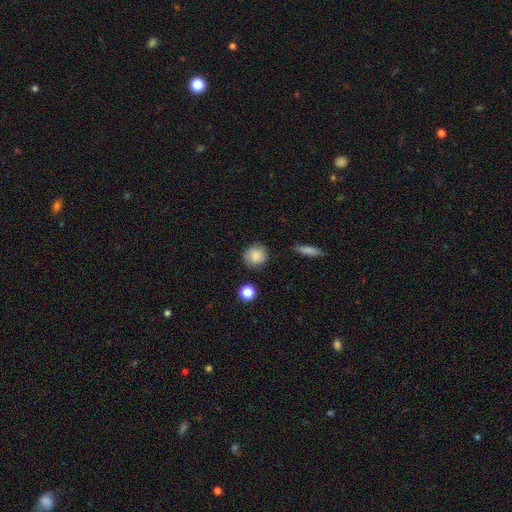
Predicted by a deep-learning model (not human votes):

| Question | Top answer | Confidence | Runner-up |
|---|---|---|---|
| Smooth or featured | smooth | 86% | star or artifact (8%) |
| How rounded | round | 90% | in between (9%) |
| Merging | none | 84% | minor disturbance (11%) |